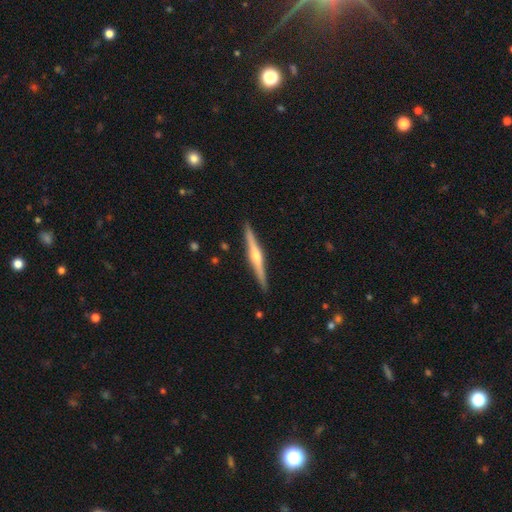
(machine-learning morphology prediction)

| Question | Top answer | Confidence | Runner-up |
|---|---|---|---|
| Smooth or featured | featured or disk | 79% | smooth (16%) |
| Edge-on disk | yes | 98% | no (2%) |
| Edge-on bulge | rounded | 90% | none (5%) |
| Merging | none | 92% | minor disturbance (6%) |